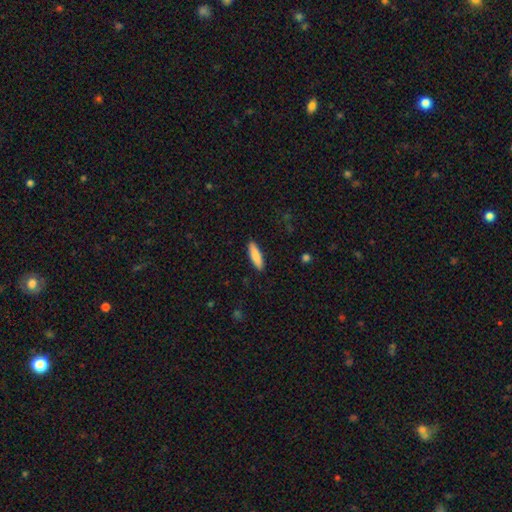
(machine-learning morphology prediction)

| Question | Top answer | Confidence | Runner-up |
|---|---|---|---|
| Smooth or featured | smooth | 84% | featured or disk (10%) |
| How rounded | cigar-shaped | 69% | in between (30%) |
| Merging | none | 90% | minor disturbance (7%) |